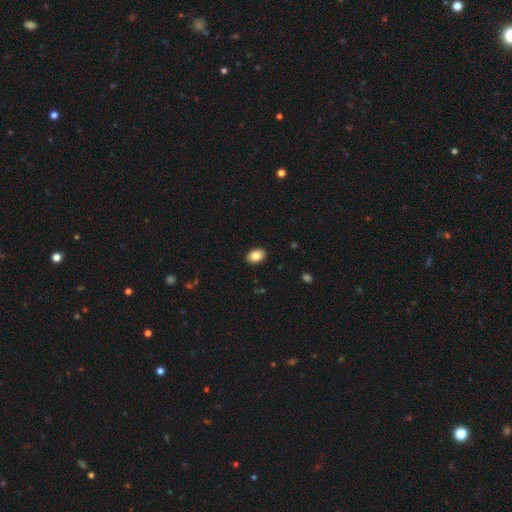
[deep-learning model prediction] Smooth or featured: smooth — 86% (star or artifact — 8%)
How rounded: in between — 83% (round — 16%)
Merging: none — 90% (minor disturbance — 7%)